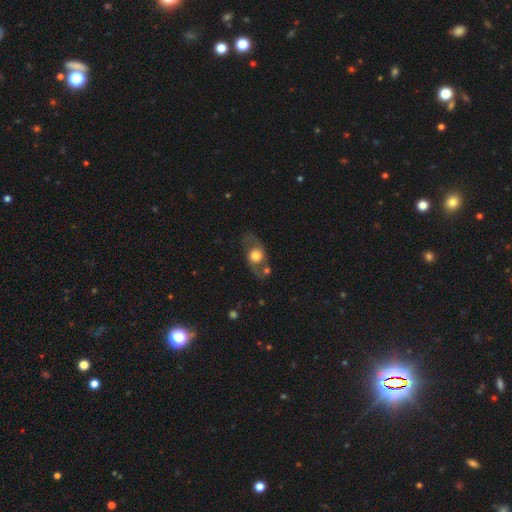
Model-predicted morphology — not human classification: This is possibly a featured or disk galaxy (55%). It is clearly not viewed edge-on (86%). Merging: likely none (67%).